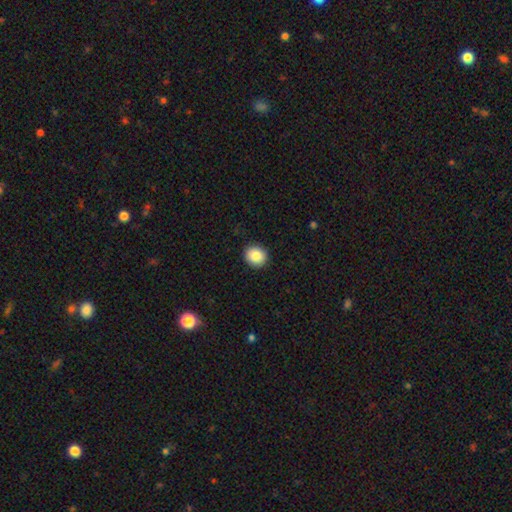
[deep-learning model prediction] Q: Smooth or featured?
A: smooth (86%); runner-up: star or artifact (8%)
Q: How rounded?
A: round (85%); runner-up: in between (14%)
Q: Merging?
A: none (91%); runner-up: minor disturbance (6%)